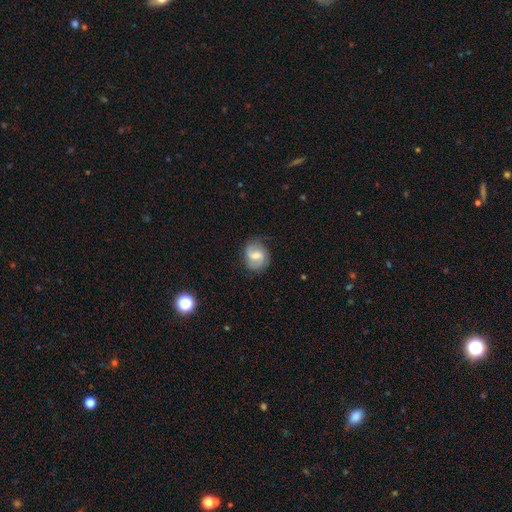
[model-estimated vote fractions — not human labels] Smooth or featured? featured or disk (68%)
Edge-on disk? no (98%)
Bar? weak (56%)
Spiral arms? yes (91%)
Spiral winding? medium (47%)
Spiral arm count? 2 (85%)
Bulge size? moderate (57%)
Merging? none (77%)